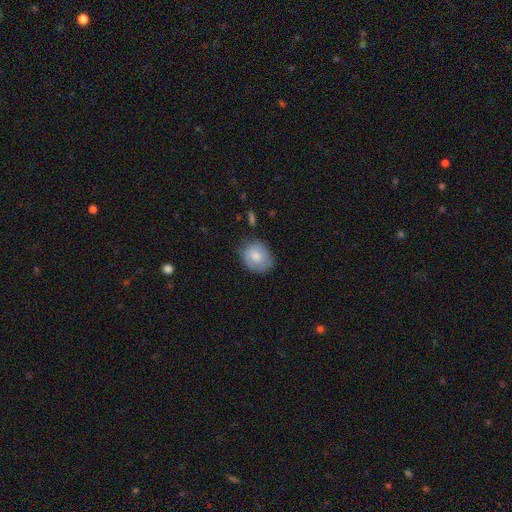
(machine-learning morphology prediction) smooth 73%, featured or disk 20%, star or artifact 7%. Down the decision tree: how rounded — round (53%); merging — none (69%).